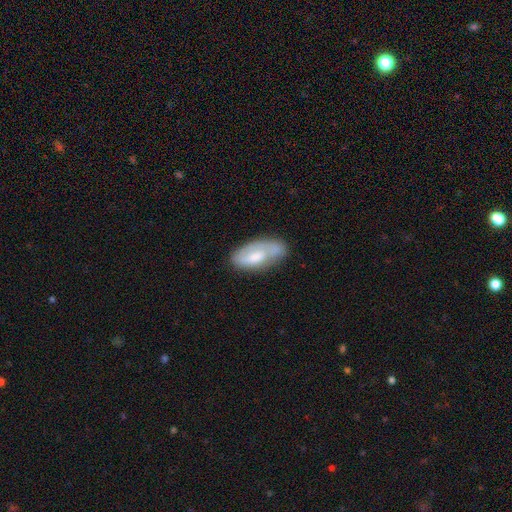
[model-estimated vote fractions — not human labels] smooth 56%, featured or disk 38%, star or artifact 6%. Down the decision tree: how rounded — in between (89%); merging — none (56%).